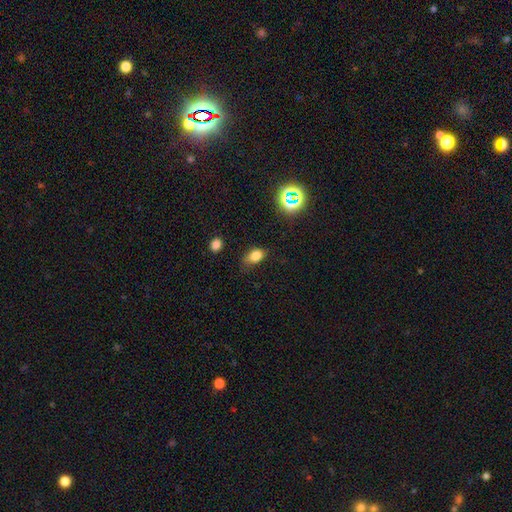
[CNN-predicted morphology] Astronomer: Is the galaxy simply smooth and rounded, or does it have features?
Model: smooth — 78%.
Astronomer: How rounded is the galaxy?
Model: in between — 80%.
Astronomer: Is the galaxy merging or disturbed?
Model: none — 65%.